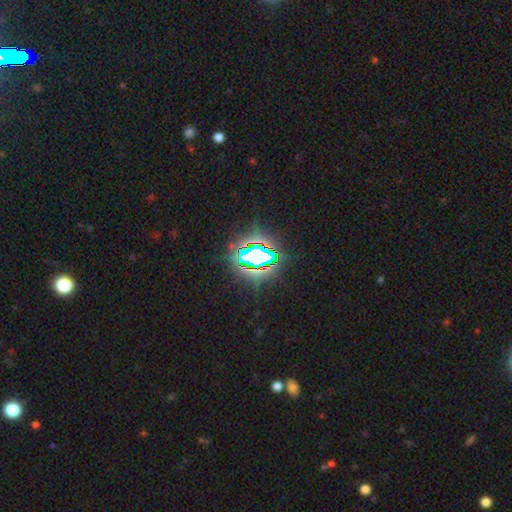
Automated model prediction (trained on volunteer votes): Smooth or featured: star or artifact — 74% (smooth — 15%)